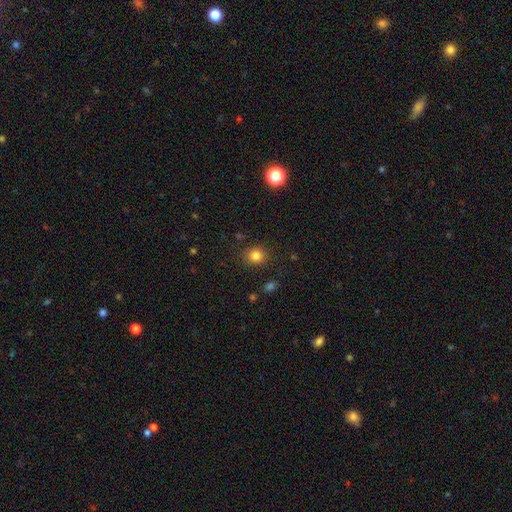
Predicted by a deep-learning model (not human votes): The model was most divided on "how rounded": round: 83%, in between: 16%, cigar-shaped: 1%. More confident: merging — none (86%); smooth or featured — smooth (82%).